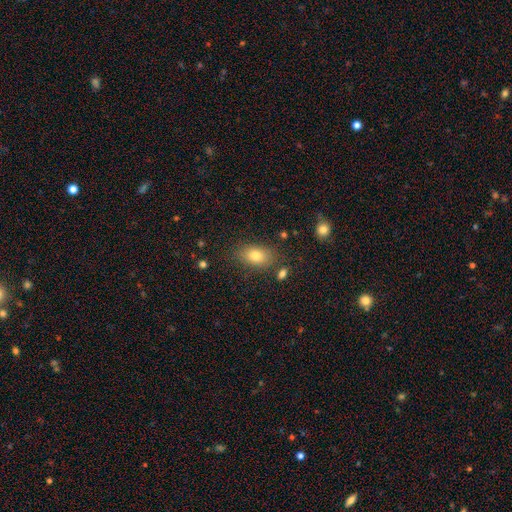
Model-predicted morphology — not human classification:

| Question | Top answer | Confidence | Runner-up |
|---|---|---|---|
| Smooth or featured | smooth | 80% | star or artifact (10%) |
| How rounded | in between | 84% | round (13%) |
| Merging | none | 80% | minor disturbance (12%) |